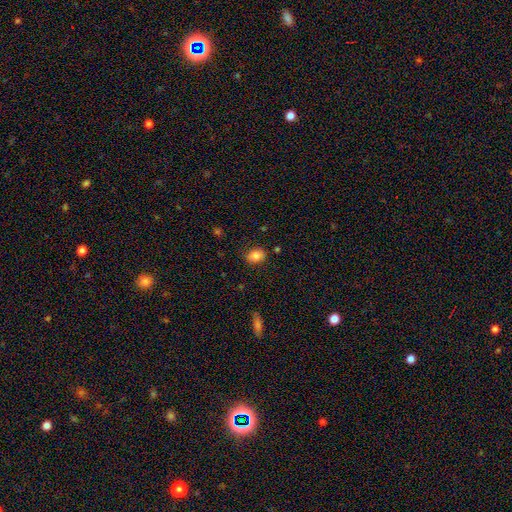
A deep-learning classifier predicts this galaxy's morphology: Q: Smooth or featured?
A: smooth (85%); runner-up: star or artifact (9%)
Q: How rounded?
A: in between (70%); runner-up: round (29%)
Q: Merging?
A: none (84%); runner-up: minor disturbance (11%)